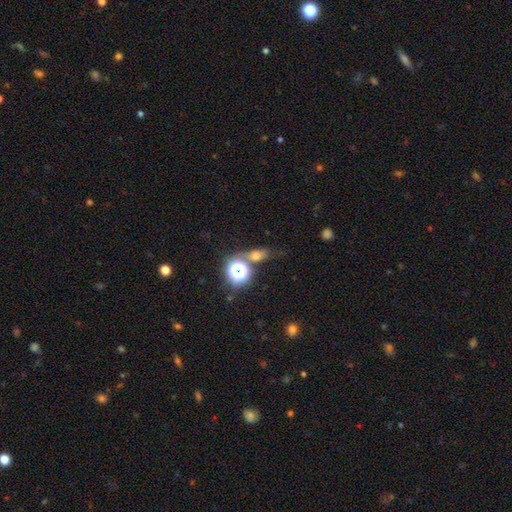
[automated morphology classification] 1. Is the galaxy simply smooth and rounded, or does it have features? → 51% smooth, 32% star or artifact, 17% featured or disk.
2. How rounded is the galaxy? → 46% in between, 42% round, 11% cigar-shaped.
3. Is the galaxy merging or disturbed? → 63% none, 15% minor disturbance, 14% merger, 8% major disturbance.